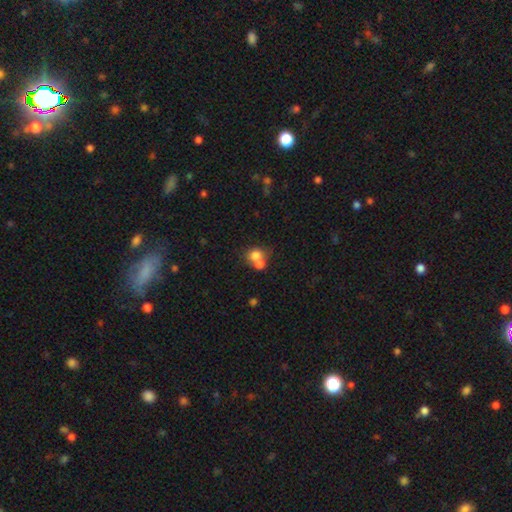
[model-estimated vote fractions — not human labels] Smooth or featured? Predicted: smooth (p=0.74). How rounded? Predicted: round (p=0.71). Merging? Predicted: merger (p=0.54).